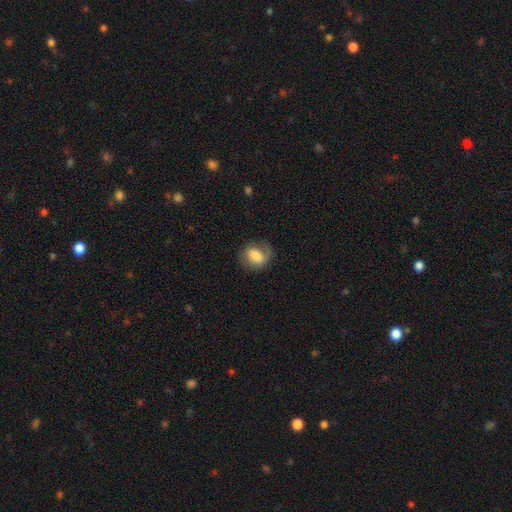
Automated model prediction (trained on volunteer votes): Smooth or featured? smooth (64%)
How rounded? in between (57%)
Merging? none (57%)